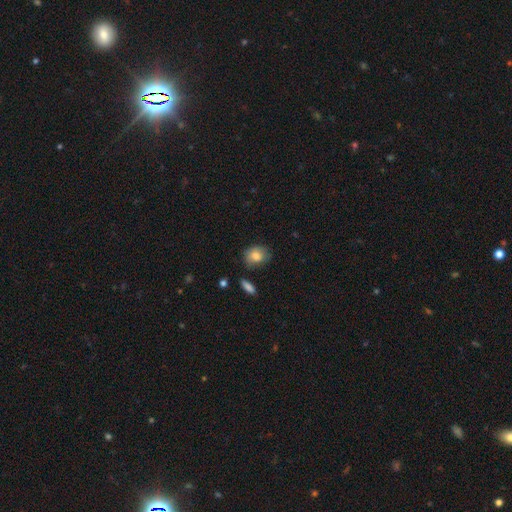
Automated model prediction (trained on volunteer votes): Smooth or featured?
  - smooth: 81% *
  - featured or disk: 11%
  - star or artifact: 8%
How rounded?
  - in between: 57% *
  - round: 42%
  - cigar-shaped: 1%
Merging?
  - none: 67% *
  - minor disturbance: 24%
  - major disturbance: 5%
  - merger: 3%